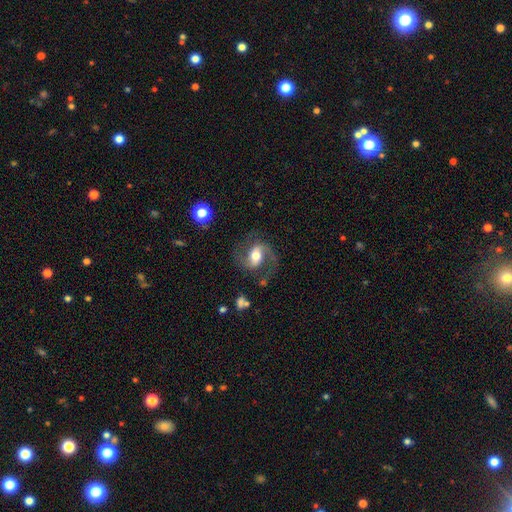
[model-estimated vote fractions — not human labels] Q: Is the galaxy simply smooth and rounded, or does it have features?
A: featured or disk — 84%.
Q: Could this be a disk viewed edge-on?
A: no — 97%.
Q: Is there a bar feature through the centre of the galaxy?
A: weak — 44%.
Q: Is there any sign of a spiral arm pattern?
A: yes — 96%.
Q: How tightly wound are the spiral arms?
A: medium — 56%.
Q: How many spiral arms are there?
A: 2 — 90%.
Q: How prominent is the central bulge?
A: moderate — 61%.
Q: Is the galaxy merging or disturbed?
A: none — 72%.